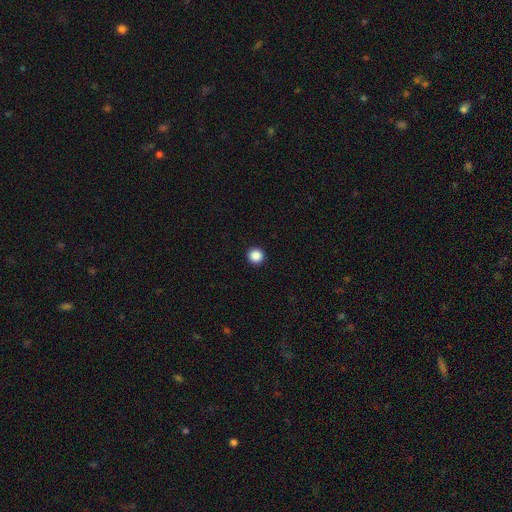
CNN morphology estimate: This is clearly a smooth galaxy (88%). How rounded: clearly round (96%). Merging: clearly none (94%).